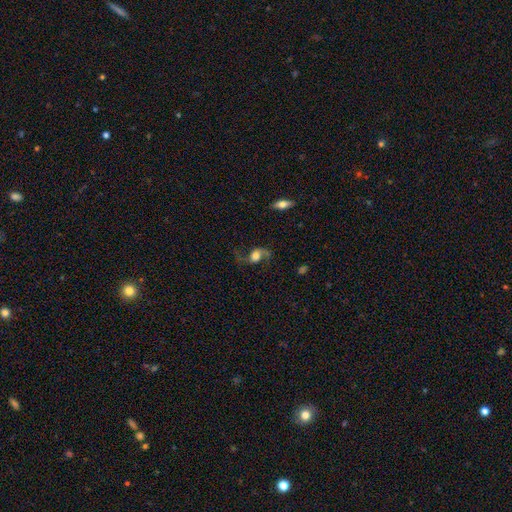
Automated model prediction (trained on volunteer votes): Q: Smooth or featured?
A: featured or disk (70%); runner-up: smooth (21%)
Q: Edge-on disk?
A: no (95%); runner-up: yes (5%)
Q: Bar?
A: no (61%); runner-up: weak (30%)
Q: Spiral arms?
A: yes (93%); runner-up: no (7%)
Q: Spiral winding?
A: loose (78%); runner-up: medium (18%)
Q: Spiral arm count?
A: 2 (88%); runner-up: 1 (8%)
Q: Bulge size?
A: large (45%); runner-up: moderate (29%)
Q: Merging?
A: none (61%); runner-up: major disturbance (20%)